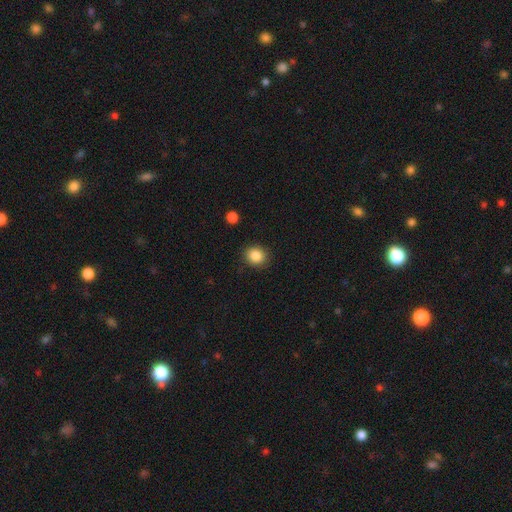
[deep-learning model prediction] Smooth or featured?
  - smooth: 86% *
  - star or artifact: 10%
  - featured or disk: 4%
How rounded?
  - round: 82% *
  - in between: 17%
  - cigar-shaped: 1%
Merging?
  - none: 90% *
  - minor disturbance: 7%
  - major disturbance: 2%
  - merger: 1%